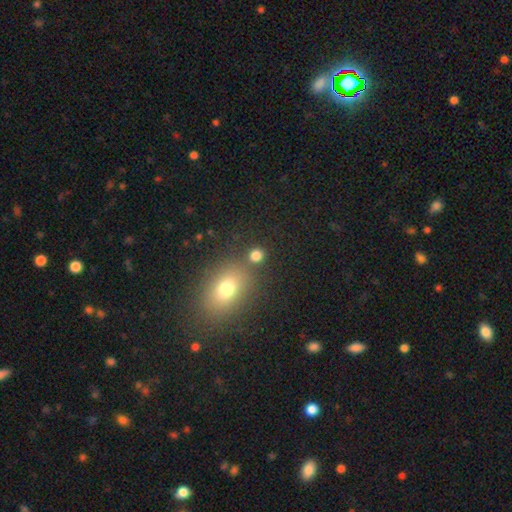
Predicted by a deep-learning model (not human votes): This appears to be a smooth galaxy with no disk features (78%) that is round (81%). Merging: none (77%).